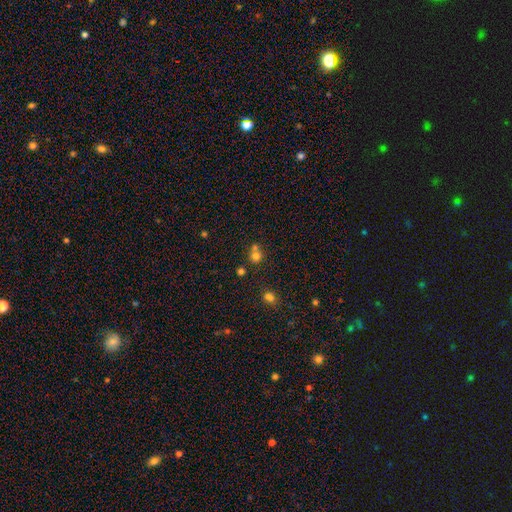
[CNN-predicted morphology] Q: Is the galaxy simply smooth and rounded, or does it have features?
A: smooth — 71%.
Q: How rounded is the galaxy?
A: round — 82%.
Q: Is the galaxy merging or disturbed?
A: merger — 49%.